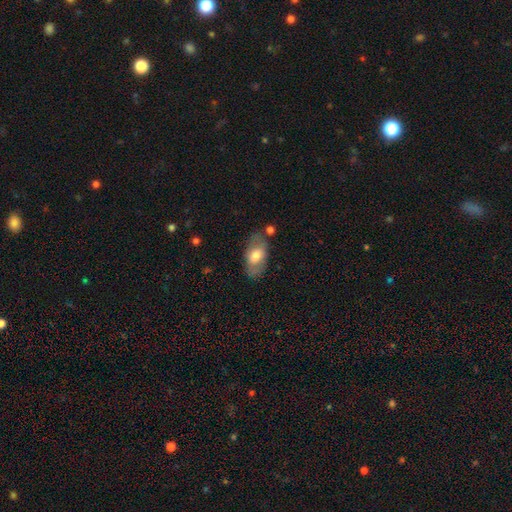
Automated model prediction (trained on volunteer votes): Morphology: type=smooth (60%); roundness=in between (92%); merging=none (69%).